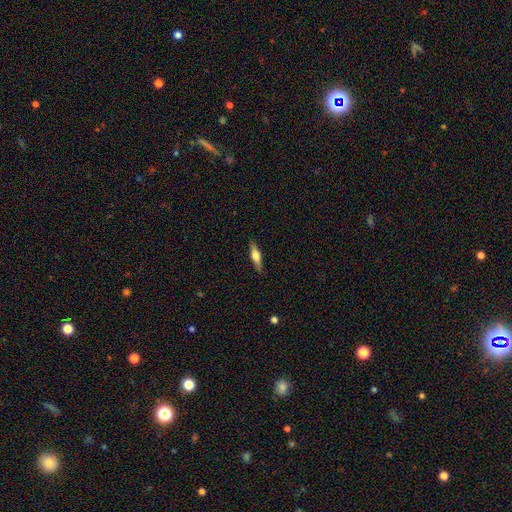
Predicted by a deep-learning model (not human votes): Smooth or featured? Predicted: featured or disk (p=0.47, tied with smooth). Merging? Predicted: none (p=0.89).